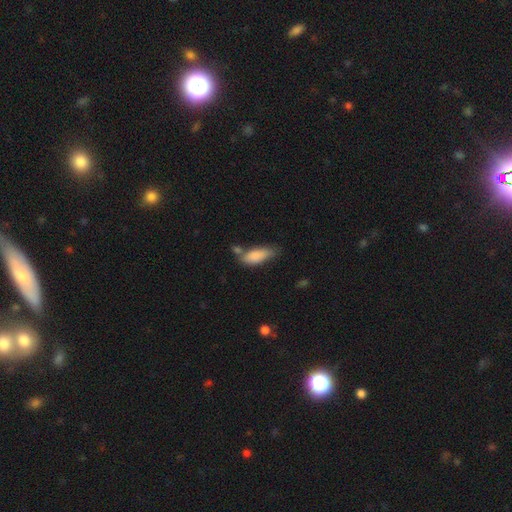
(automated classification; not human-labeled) Smooth or featured? smooth (82%)
How rounded? in between (68%)
Merging? none (44%)